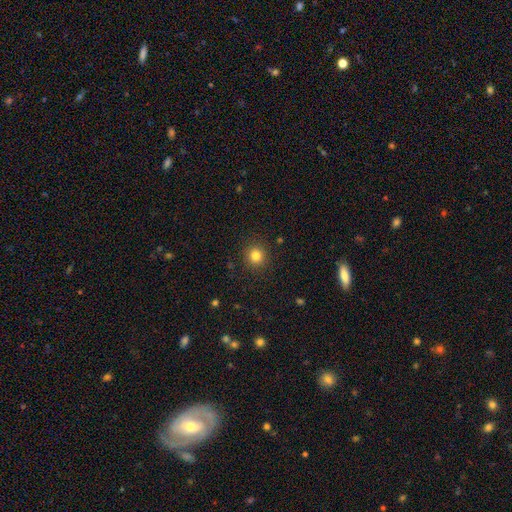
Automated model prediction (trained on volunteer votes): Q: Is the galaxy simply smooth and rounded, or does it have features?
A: smooth — 82%.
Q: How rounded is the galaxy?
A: round — 92%.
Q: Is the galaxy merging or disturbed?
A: none — 90%.